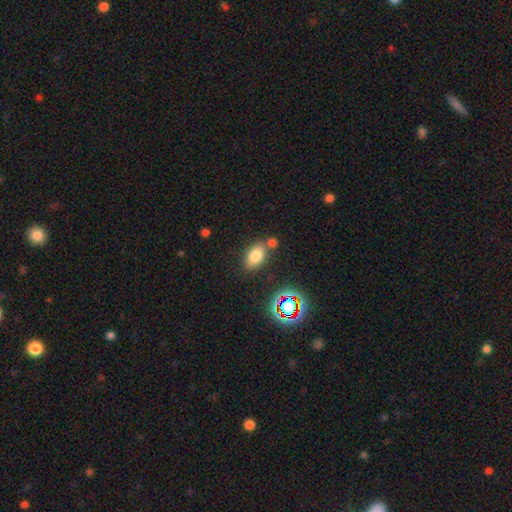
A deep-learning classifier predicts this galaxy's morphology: Smooth or featured? Predicted: smooth (p=0.76). How rounded? Predicted: in between (p=0.85). Merging? Predicted: none (p=0.70).